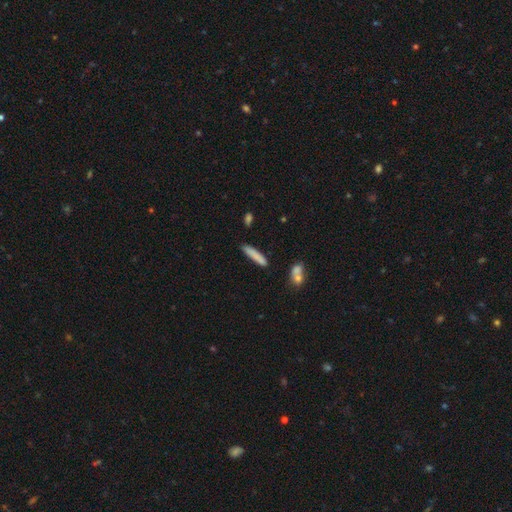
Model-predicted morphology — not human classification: The model was most divided on "merging": none: 80%, minor disturbance: 14%, merger: 4%, major disturbance: 3%. More confident: how rounded — cigar-shaped (87%); smooth or featured — smooth (81%).